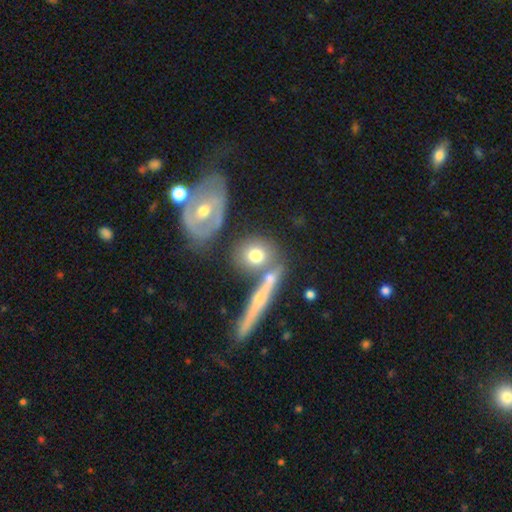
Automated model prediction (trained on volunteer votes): smooth-or-featured: smooth: 68% | featured or disk: 23% | star or artifact: 9%
  how-rounded: round: 67% | in between: 28% | cigar-shaped: 5%
  merging: none: 55% | merger: 27% | minor disturbance: 12% | major disturbance: 5%